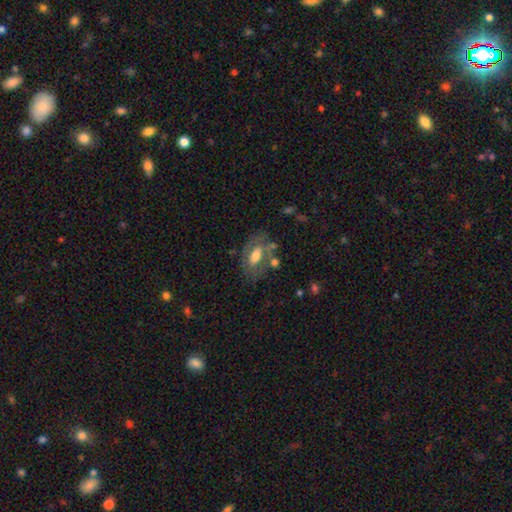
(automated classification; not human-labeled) A smooth galaxy with no disk features (48%).

Vote fractions:
- Smooth or featured? smooth: 48% / featured or disk: 44% / star or artifact: 8%
- Merging? none: 55% / minor disturbance: 21% / merger: 12% / major disturbance: 12%